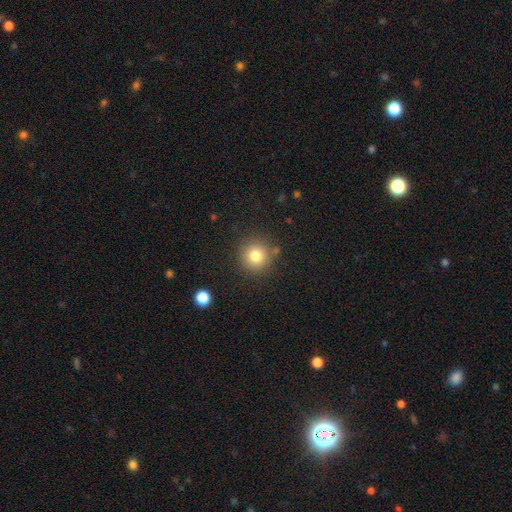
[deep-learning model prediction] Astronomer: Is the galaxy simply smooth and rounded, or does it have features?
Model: smooth — 79%.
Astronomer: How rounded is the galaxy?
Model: round — 94%.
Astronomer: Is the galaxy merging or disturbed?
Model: none — 86%.